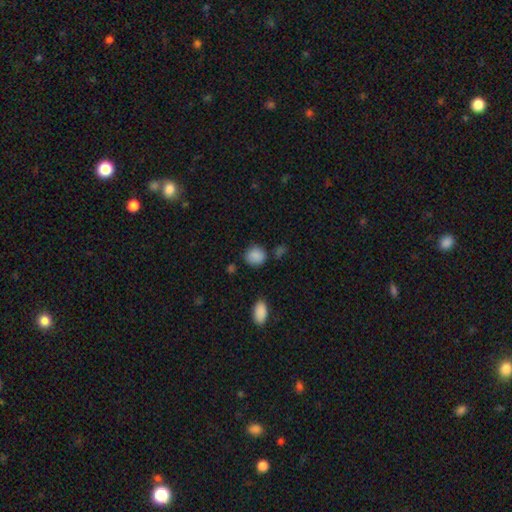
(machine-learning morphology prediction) The model was most divided on "how rounded": round: 75%, in between: 24%, cigar-shaped: 1%. More confident: smooth or featured — smooth (87%); merging — none (78%).